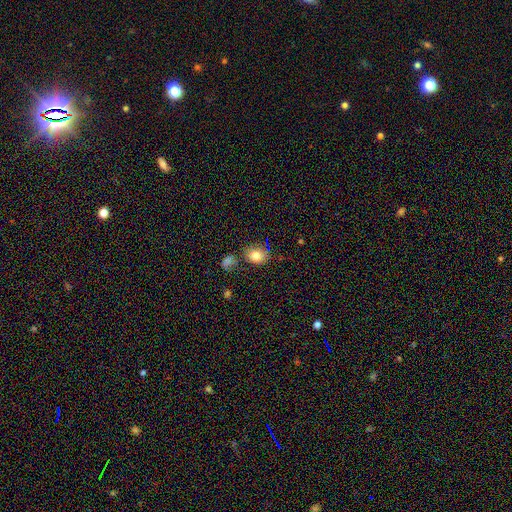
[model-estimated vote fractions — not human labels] Smooth or featured? smooth (81%)
How rounded? round (56%)
Merging? none (70%)